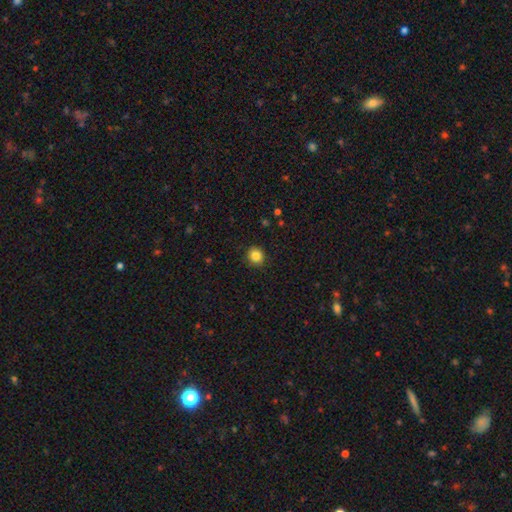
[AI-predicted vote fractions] This appears to be a smooth galaxy with no disk features (85%) that is round (86%). Merging: none (90%).